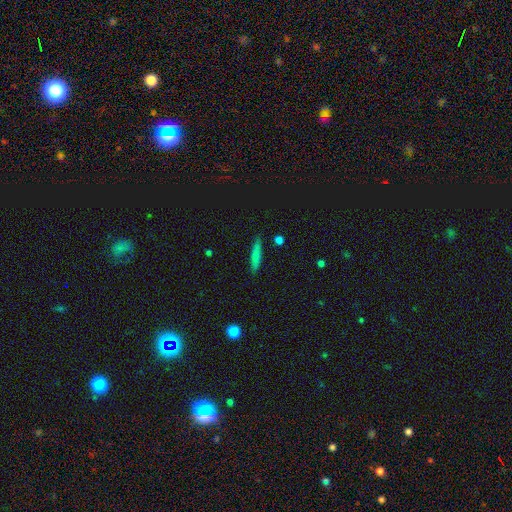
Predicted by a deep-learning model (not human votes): Smooth or featured? Predicted: smooth (p=0.71). How rounded? Predicted: cigar-shaped (p=0.85). Merging? Predicted: none (p=0.84).